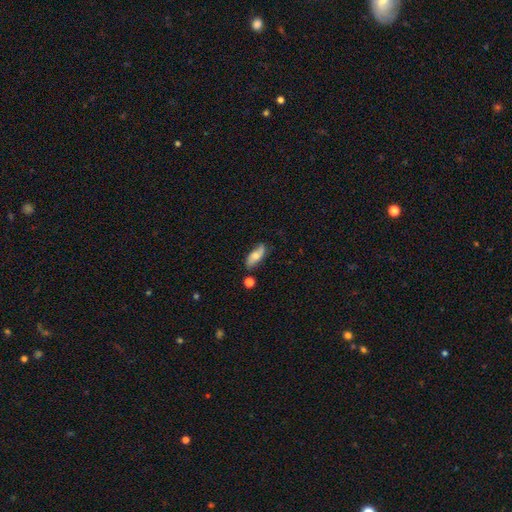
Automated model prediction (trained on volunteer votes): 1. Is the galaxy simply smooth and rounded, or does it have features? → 63% smooth, 29% featured or disk, 7% star or artifact.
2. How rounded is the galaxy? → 74% in between, 23% cigar-shaped, 3% round.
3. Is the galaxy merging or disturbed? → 69% none, 21% minor disturbance, 5% merger, 5% major disturbance.